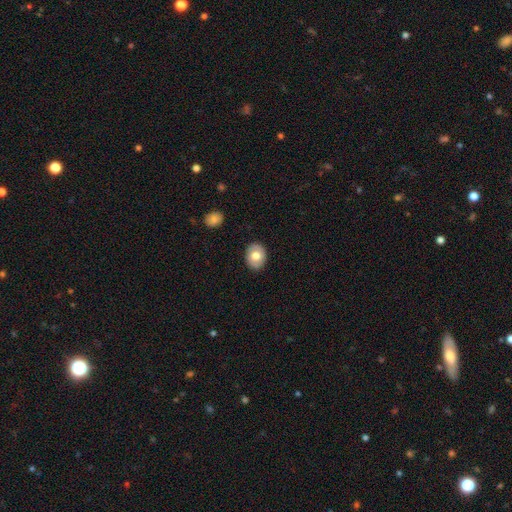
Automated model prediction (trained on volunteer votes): Smooth or featured: smooth — 71% (featured or disk — 22%)
How rounded: in between — 61% (round — 38%)
Merging: none — 89% (minor disturbance — 8%)